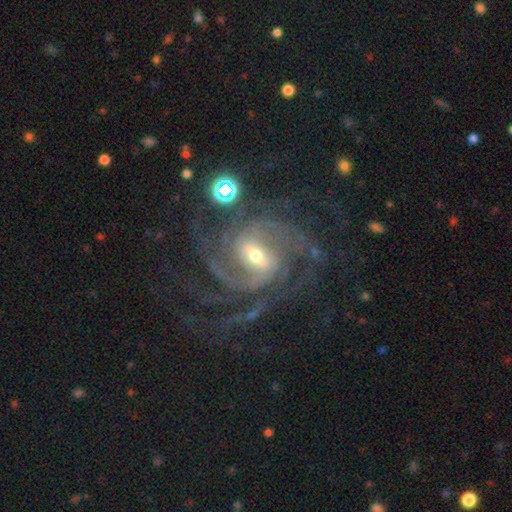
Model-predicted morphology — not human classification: Smooth or featured: featured or disk — 90% (star or artifact — 6%)
Edge-on disk: no — 98% (yes — 2%)
Bar: strong — 43% (weak — 42%)
Spiral arms: yes — 98% (no — 2%)
Spiral winding: medium — 49% (tight — 36%)
Spiral arm count: 2 — 29% (3 — 23%)
Bulge size: moderate — 48% (small — 46%)
Merging: none — 63% (major disturbance — 20%)